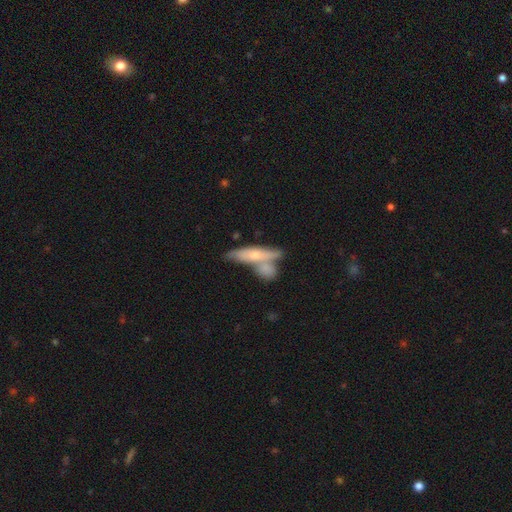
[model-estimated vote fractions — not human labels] This is possibly a smooth galaxy (51%). How rounded: likely cigar-shaped (71%). Merging: possibly none (49%).